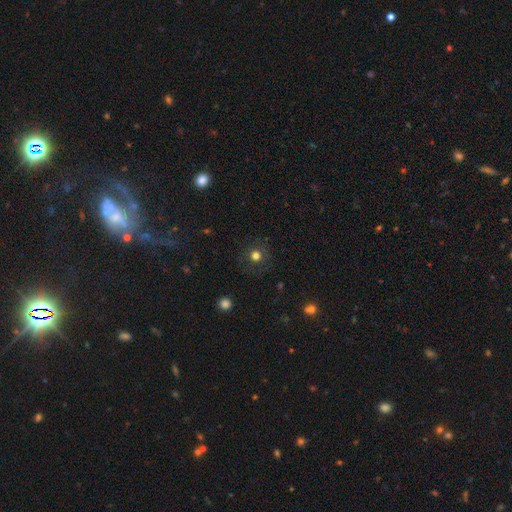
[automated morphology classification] smooth_or_featured: smooth (p=0.70) [alt: star or artifact p=0.21]
how_rounded: round (p=0.93) [alt: in between p=0.06]
merging: none (p=0.86) [alt: minor disturbance p=0.08]